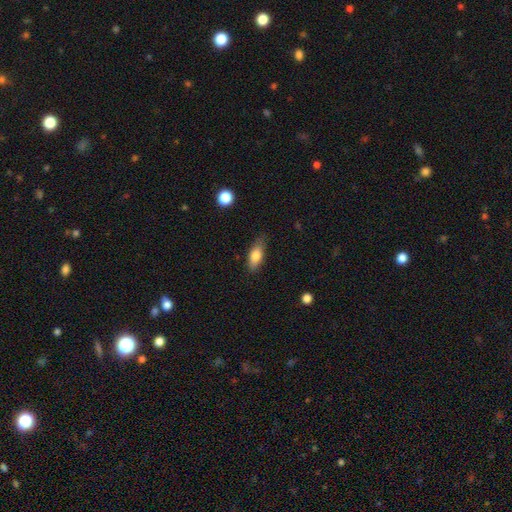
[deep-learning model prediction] This is likely a smooth galaxy (76%). How rounded: likely in between (75%). Merging: likely none (73%).